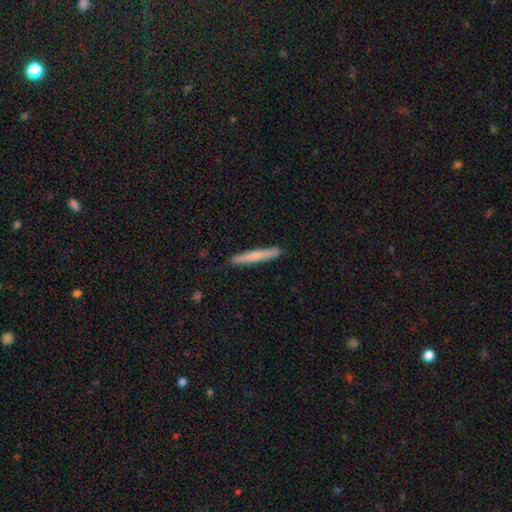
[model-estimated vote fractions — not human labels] Smooth or featured? smooth (67%)
How rounded? cigar-shaped (96%)
Merging? none (88%)